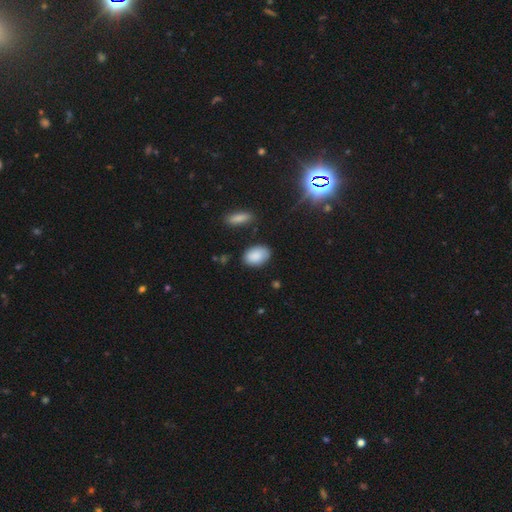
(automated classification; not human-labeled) Smooth or featured? smooth (87%)
How rounded? in between (86%)
Merging? none (78%)